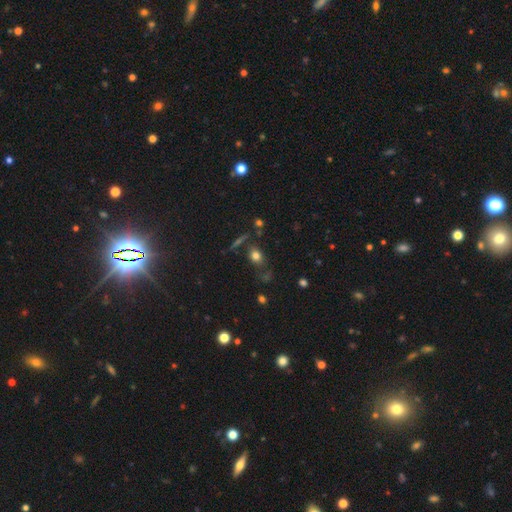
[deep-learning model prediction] Q: Smooth or featured?
A: smooth (74%); runner-up: star or artifact (13%)
Q: How rounded?
A: in between (59%); runner-up: round (37%)
Q: Merging?
A: none (69%); runner-up: minor disturbance (16%)